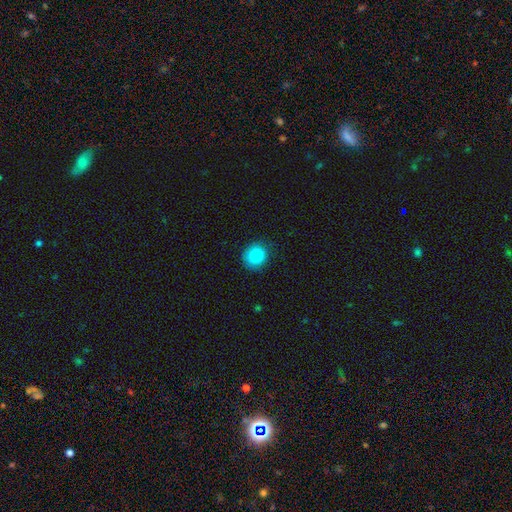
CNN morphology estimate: This is clearly a smooth galaxy (88%). How rounded: clearly round (87%). Merging: clearly none (84%).